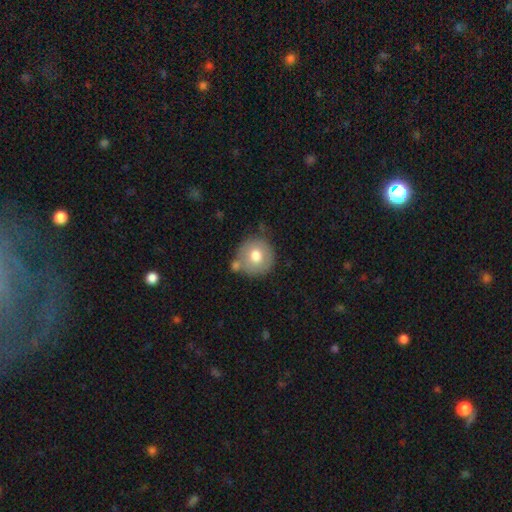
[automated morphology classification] This appears to be a smooth galaxy with no disk features (72%) that is round (93%). Merging: none (67%).